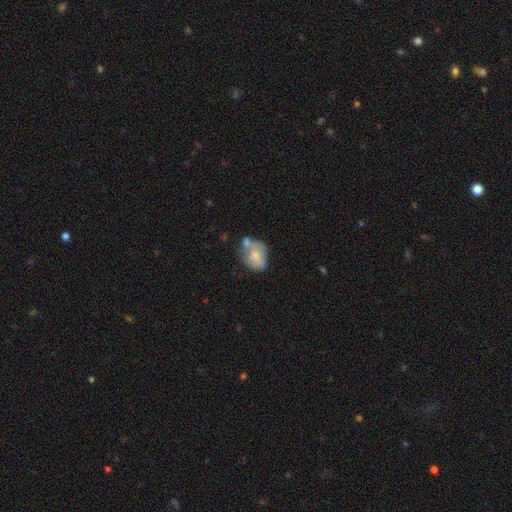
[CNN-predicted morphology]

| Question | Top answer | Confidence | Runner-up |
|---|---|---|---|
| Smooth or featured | smooth | 66% | featured or disk (26%) |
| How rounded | in between | 54% | round (45%) |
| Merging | merger | 34% | none (33%) |